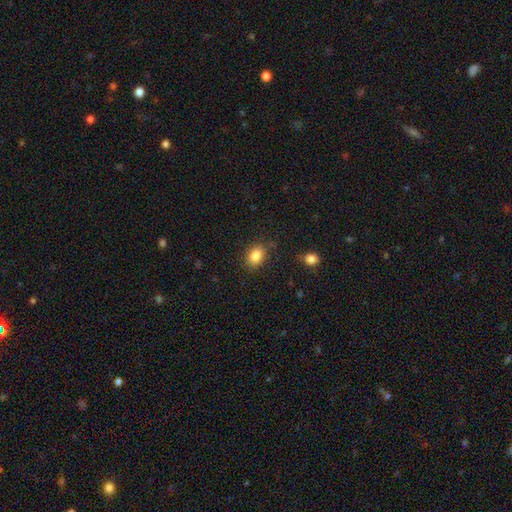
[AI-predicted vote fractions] Smooth or featured? smooth (85%)
How rounded? in between (66%)
Merging? none (81%)